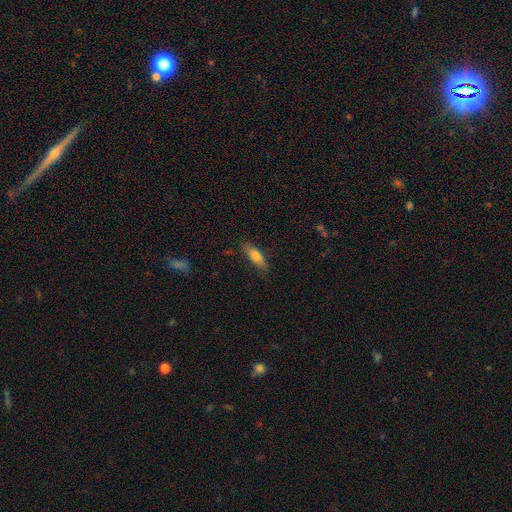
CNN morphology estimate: Smooth or featured?
  - smooth: 72% *
  - featured or disk: 21%
  - star or artifact: 7%
How rounded?
  - in between: 50% *
  - cigar-shaped: 47%
  - round: 2%
Merging?
  - none: 82% *
  - minor disturbance: 14%
  - major disturbance: 3%
  - merger: 1%